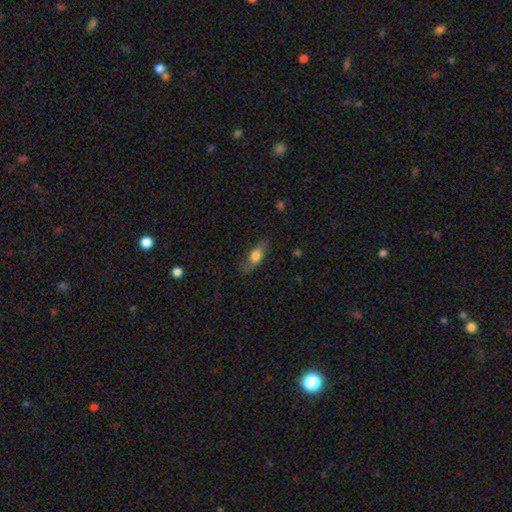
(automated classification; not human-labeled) smooth-or-featured: smooth: 63% | featured or disk: 30% | star or artifact: 8%
  how-rounded: in between: 66% | cigar-shaped: 28% | round: 6%
  merging: none: 72% | minor disturbance: 20% | major disturbance: 6% | merger: 1%